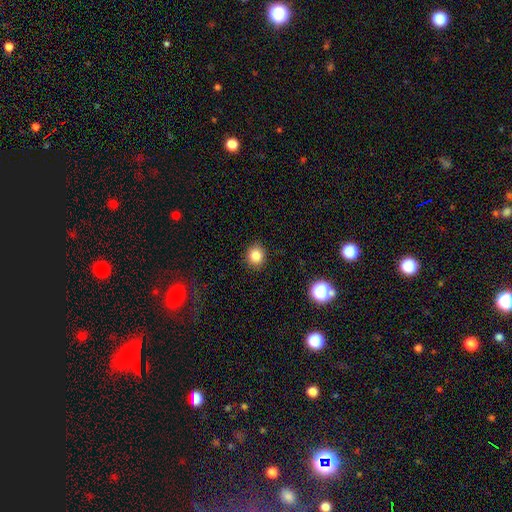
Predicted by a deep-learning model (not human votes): Smooth or featured? smooth (84%)
How rounded? round (76%)
Merging? none (89%)